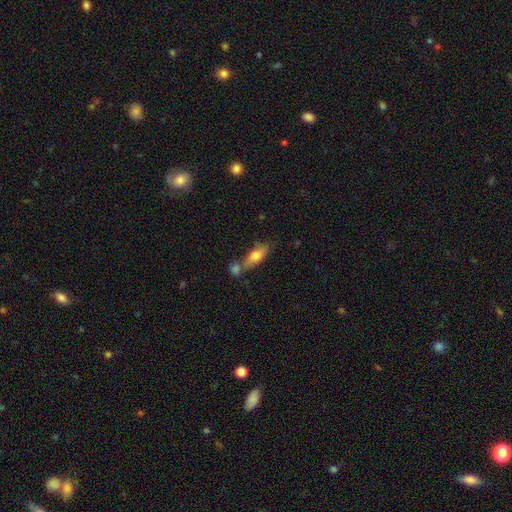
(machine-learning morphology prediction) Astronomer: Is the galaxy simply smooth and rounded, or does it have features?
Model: smooth — 64%.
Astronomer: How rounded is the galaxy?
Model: in between — 61%.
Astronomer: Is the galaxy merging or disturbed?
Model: none — 49% (runner-up: merger, 32%).